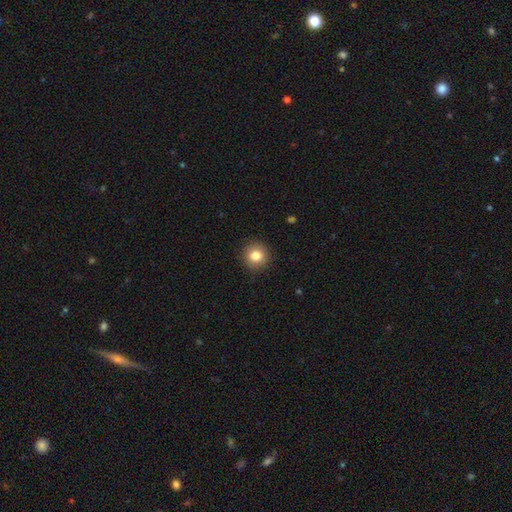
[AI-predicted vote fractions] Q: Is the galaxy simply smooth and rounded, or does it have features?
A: smooth — 83%.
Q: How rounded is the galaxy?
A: round — 91%.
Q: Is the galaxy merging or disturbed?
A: none — 91%.